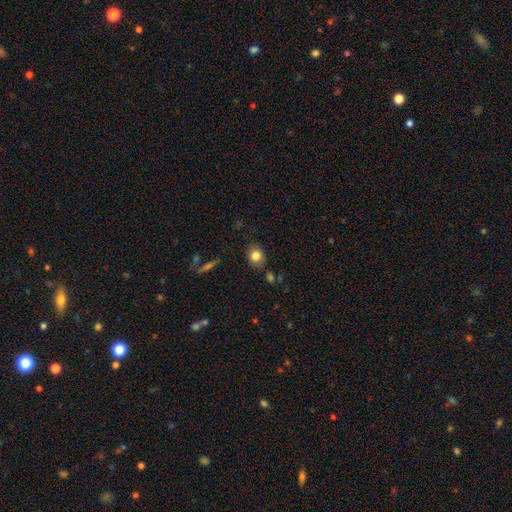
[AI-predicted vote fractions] Smooth or featured? Predicted: smooth (p=0.81). How rounded? Predicted: round (p=0.63). Merging? Predicted: none (p=0.84).